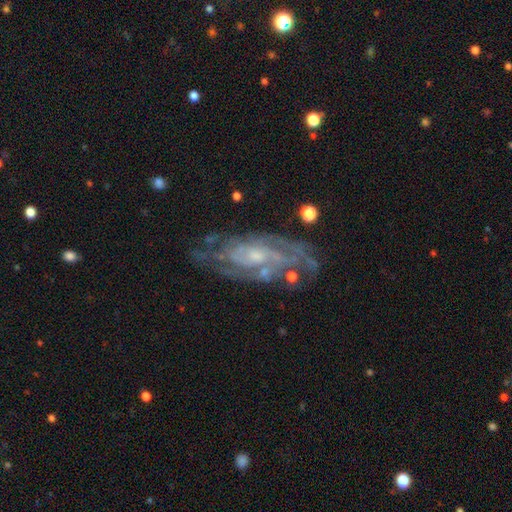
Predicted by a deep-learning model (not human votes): smooth_or_featured: featured or disk (p=0.83) [alt: smooth p=0.09]
disk_edge_on: no (p=0.91) [alt: yes p=0.09]
bar: no (p=0.62) [alt: weak p=0.31]
has_spiral_arms: yes (p=0.90) [alt: no p=0.10]
spiral_winding: tight (p=0.60) [alt: medium p=0.32]
spiral_arm_count: can't tell (p=0.46) [alt: 2 p=0.22]
bulge_size: small (p=0.63) [alt: moderate p=0.27]
merging: none (p=0.69) [alt: minor disturbance p=0.19]